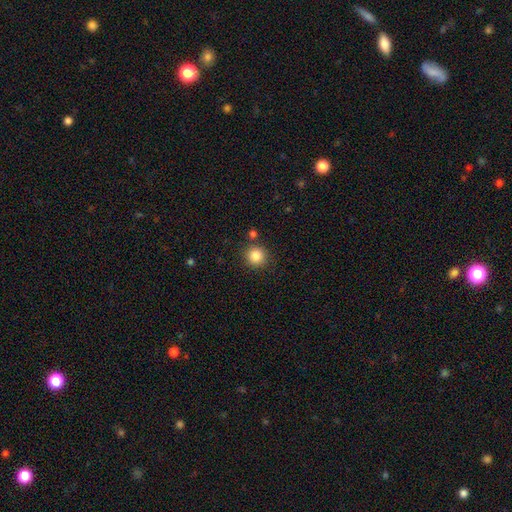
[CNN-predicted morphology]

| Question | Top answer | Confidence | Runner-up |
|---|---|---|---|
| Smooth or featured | smooth | 85% | star or artifact (11%) |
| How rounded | round | 93% | in between (6%) |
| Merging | none | 84% | minor disturbance (8%) |